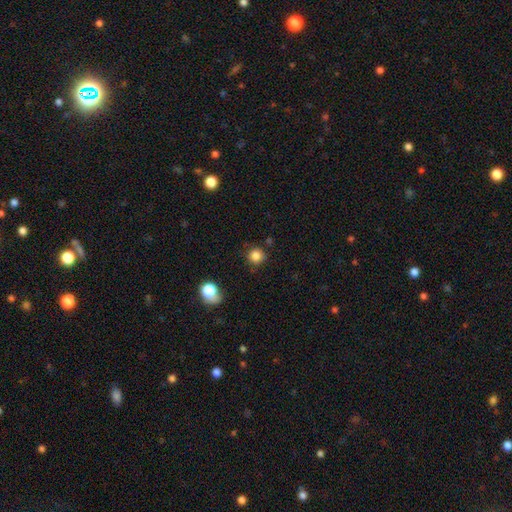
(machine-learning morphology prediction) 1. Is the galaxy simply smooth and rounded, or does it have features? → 83% smooth, 12% star or artifact, 4% featured or disk.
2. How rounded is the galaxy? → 92% round, 7% in between, 1% cigar-shaped.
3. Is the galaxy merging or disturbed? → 83% none, 11% minor disturbance, 3% merger, 3% major disturbance.